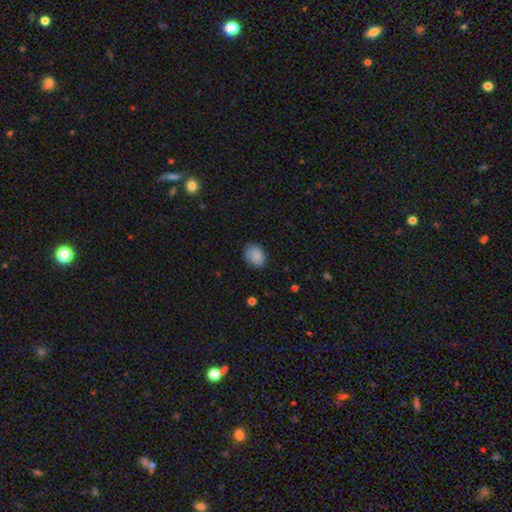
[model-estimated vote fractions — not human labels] Morphology: type=smooth (88%); roundness=in between (56%); merging=none (84%).